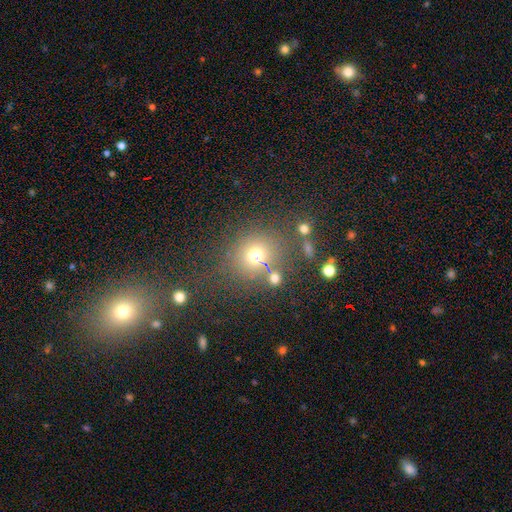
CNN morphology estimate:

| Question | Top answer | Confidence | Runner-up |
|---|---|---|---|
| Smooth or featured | smooth | 69% | star or artifact (20%) |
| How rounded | round | 81% | in between (18%) |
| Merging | none | 69% | minor disturbance (12%) |